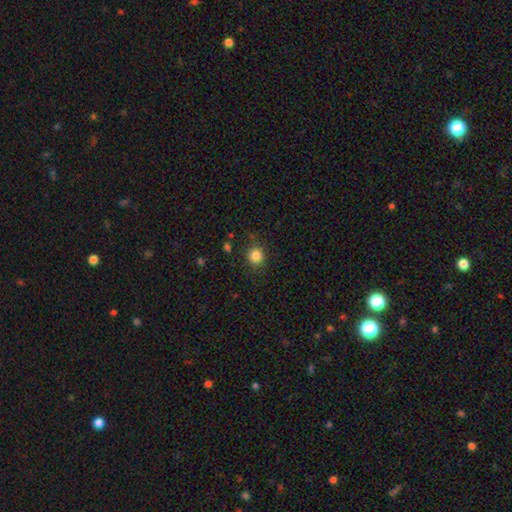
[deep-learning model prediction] smooth-or-featured: smooth: 84% | star or artifact: 11% | featured or disk: 4%
  how-rounded: round: 86% | in between: 13% | cigar-shaped: 1%
  merging: none: 87% | minor disturbance: 9% | major disturbance: 3% | merger: 2%